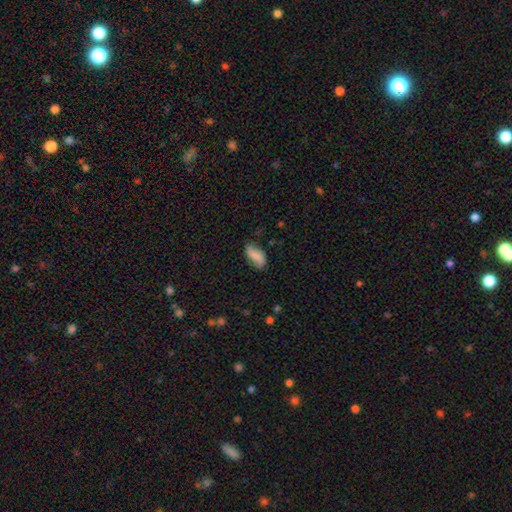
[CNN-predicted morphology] A smooth galaxy with no disk features (72%) that is in between round and cigar-shaped (88%). Merging: none (67%).